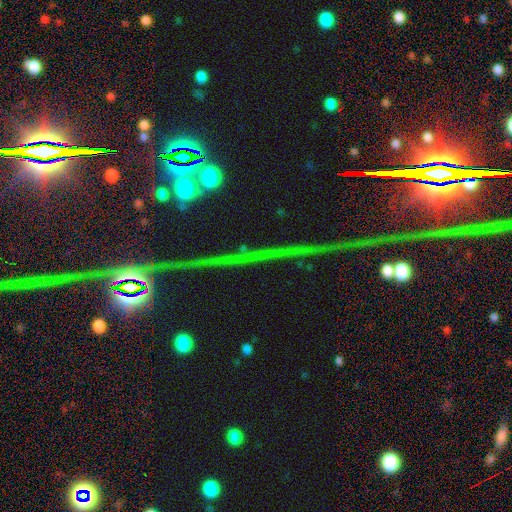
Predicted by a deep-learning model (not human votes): star or artifact 79%, featured or disk 13%, smooth 8%.